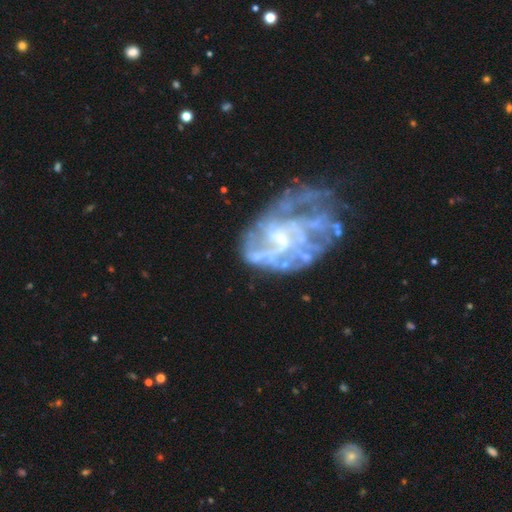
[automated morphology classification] Smooth or featured?
  - featured or disk: 79% *
  - smooth: 11%
  - star or artifact: 10%
Edge-on disk?
  - no: 98% *
  - yes: 2%
Bar?
  - no: 64% *
  - weak: 29%
  - strong: 7%
Spiral arms?
  - yes: 61% *
  - no: 39%
Bulge size?
  - small: 65% *
  - moderate: 20%
  - none: 12%
  - large: 1%
  - dominant: 1%
Merging?
  - none: 36% *
  - major disturbance: 35%
  - minor disturbance: 21%
  - merger: 8%